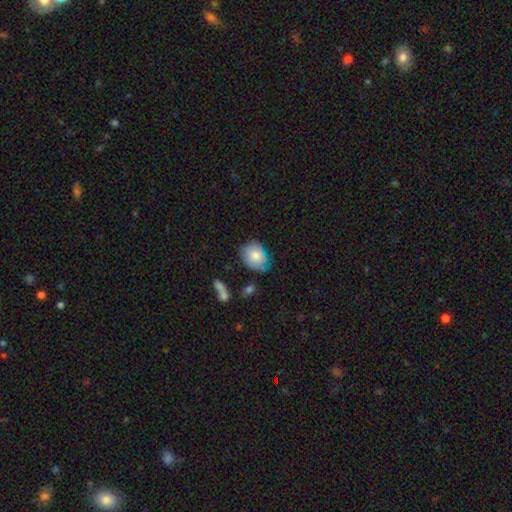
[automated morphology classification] Smooth or featured?
  - smooth: 70% *
  - featured or disk: 23%
  - star or artifact: 7%
How rounded?
  - in between: 55% *
  - round: 43%
  - cigar-shaped: 1%
Merging?
  - none: 59% *
  - minor disturbance: 30%
  - major disturbance: 8%
  - merger: 3%